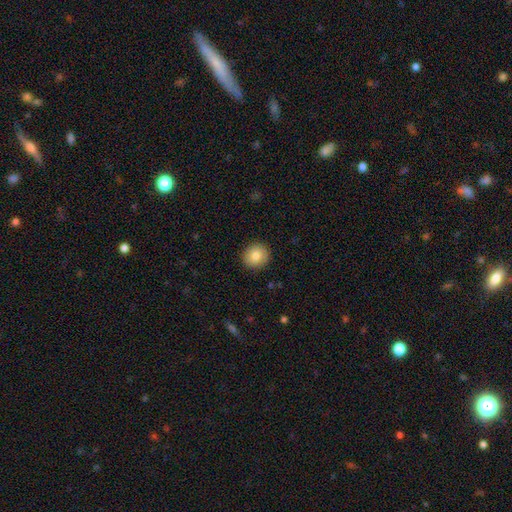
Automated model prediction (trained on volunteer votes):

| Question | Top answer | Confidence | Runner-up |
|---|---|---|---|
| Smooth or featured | smooth | 84% | featured or disk (8%) |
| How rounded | round | 90% | in between (9%) |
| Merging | none | 91% | minor disturbance (6%) |